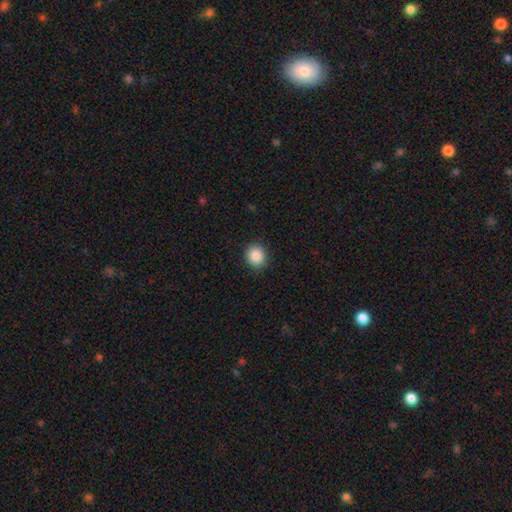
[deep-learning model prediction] smooth 87%, star or artifact 9%, featured or disk 4%. Down the decision tree: how rounded — round (82%); merging — none (89%).